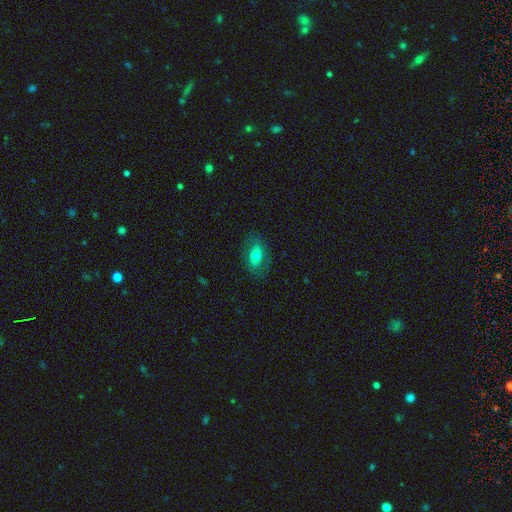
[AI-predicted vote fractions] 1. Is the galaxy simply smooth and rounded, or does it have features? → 60% smooth, 32% featured or disk, 8% star or artifact.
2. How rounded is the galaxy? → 87% in between, 8% round, 5% cigar-shaped.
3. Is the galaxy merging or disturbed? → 74% none, 16% minor disturbance, 9% major disturbance, 1% merger.